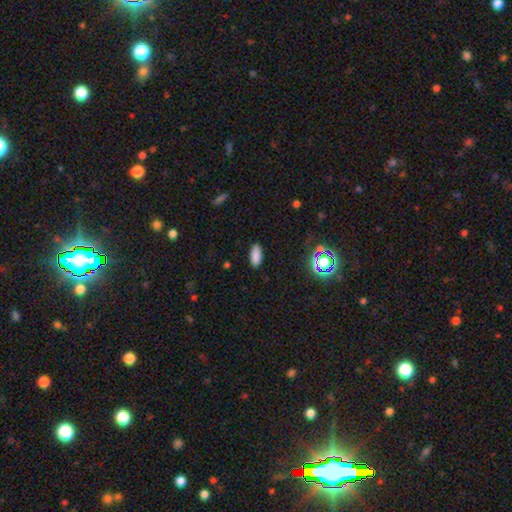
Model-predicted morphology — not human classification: The model was most divided on "how rounded": in between: 85%, cigar-shaped: 13%, round: 2%. More confident: merging — none (88%); smooth or featured — smooth (84%).